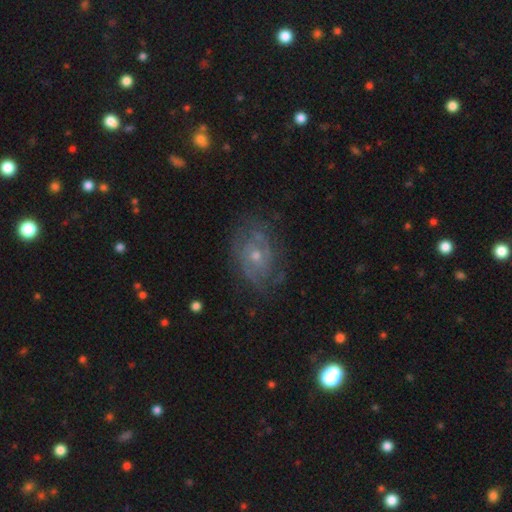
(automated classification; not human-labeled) This appears to be a featured or disk galaxy (74%) with no bar (78%), tight (55%) spiral arms (78%) and a small central bulge (55%). Merging: none (68%).